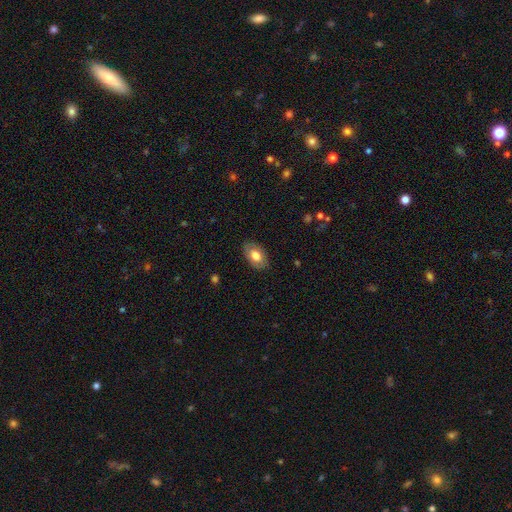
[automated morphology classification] smooth_or_featured: smooth (p=0.70) [alt: featured or disk p=0.23]
how_rounded: in between (p=0.91) [alt: round p=0.08]
merging: none (p=0.83) [alt: minor disturbance p=0.13]